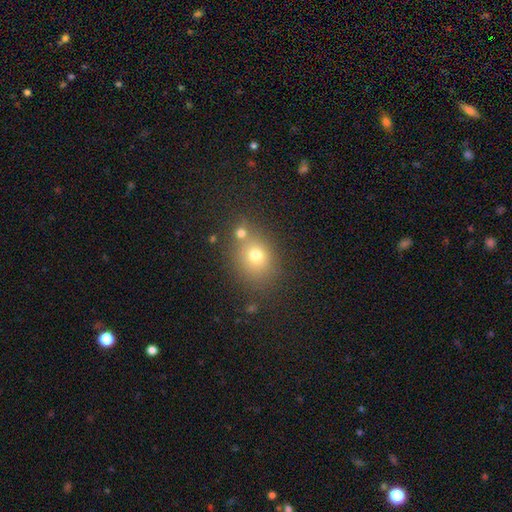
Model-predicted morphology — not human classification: This appears to be a smooth galaxy with no disk features (71%) that is round (60%). Merging: none (64%).